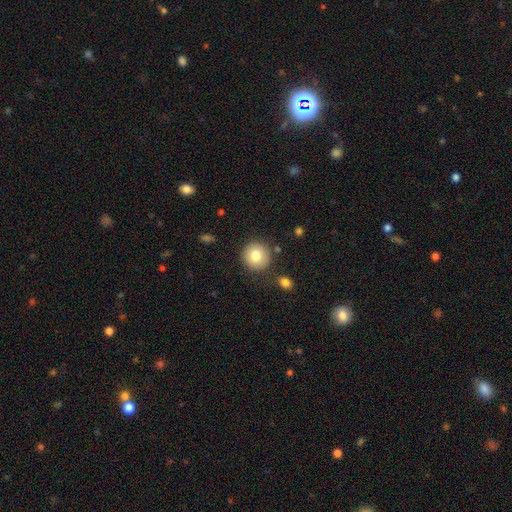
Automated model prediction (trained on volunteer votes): Morphology: type=smooth (80%); roundness=round (94%); merging=none (85%).